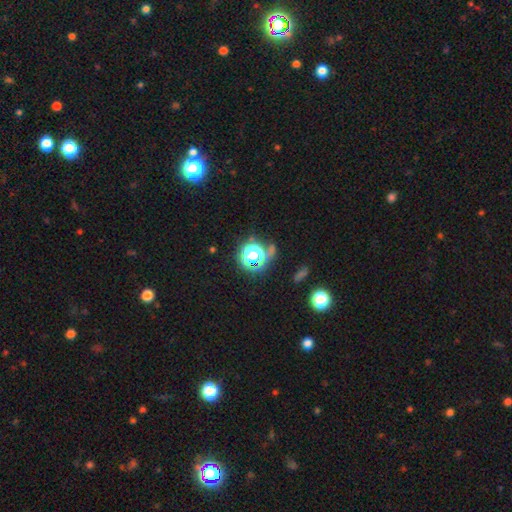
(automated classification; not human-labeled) Smooth or featured? star or artifact (65%)